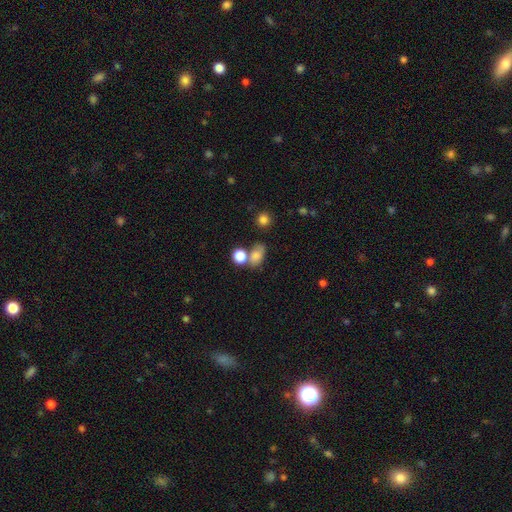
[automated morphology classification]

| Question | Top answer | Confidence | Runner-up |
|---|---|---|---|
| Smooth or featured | smooth | 77% | star or artifact (13%) |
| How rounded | in between | 71% | round (26%) |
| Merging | none | 48% | merger (28%) |